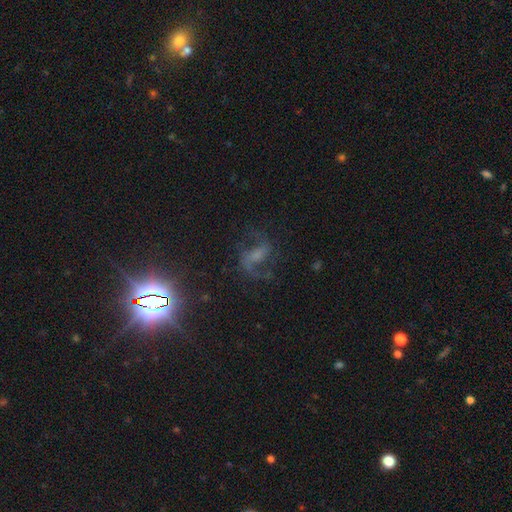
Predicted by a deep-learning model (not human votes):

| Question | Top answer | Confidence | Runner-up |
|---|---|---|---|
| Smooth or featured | featured or disk | 69% | star or artifact (20%) |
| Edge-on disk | no | 96% | yes (4%) |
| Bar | weak | 43% | no (30%) |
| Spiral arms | yes | 93% | no (7%) |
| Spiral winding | loose | 55% | medium (37%) |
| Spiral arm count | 2 | 86% | 1 (5%) |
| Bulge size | none | 39% | small (30%) |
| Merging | none | 64% | major disturbance (18%) |